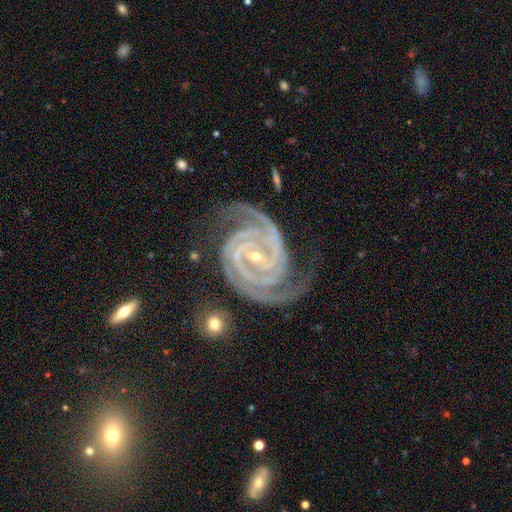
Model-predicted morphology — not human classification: Smooth or featured? Predicted: featured or disk (p=0.94). Edge-on disk? Predicted: no (p=0.98). Bar? Predicted: strong (p=0.40). Spiral arms? Predicted: yes (p=0.99). Spiral winding? Predicted: tight (p=0.79). Spiral arm count? Predicted: 2 (p=0.53). Bulge size? Predicted: small (p=0.79). Merging? Predicted: none (p=0.73).